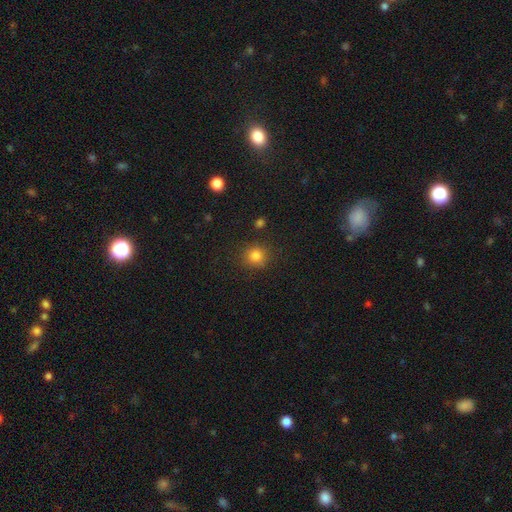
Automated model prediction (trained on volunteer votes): Smooth or featured?
  - smooth: 82% *
  - star or artifact: 13%
  - featured or disk: 5%
How rounded?
  - round: 88% *
  - in between: 11%
  - cigar-shaped: 1%
Merging?
  - none: 84% *
  - minor disturbance: 10%
  - major disturbance: 3%
  - merger: 3%